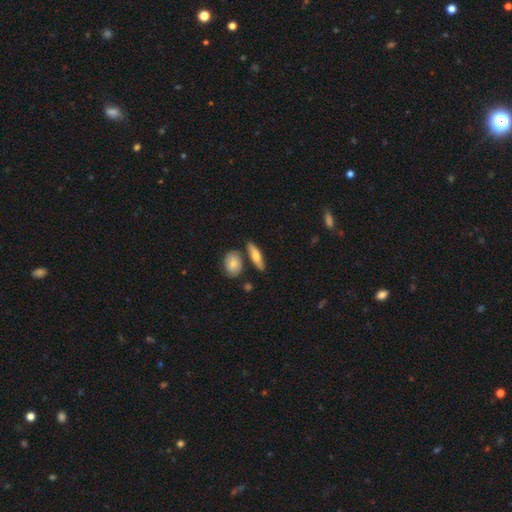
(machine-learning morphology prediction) This is likely a smooth galaxy (60%). How rounded: possibly cigar-shaped (54%). Merging: likely none (74%).